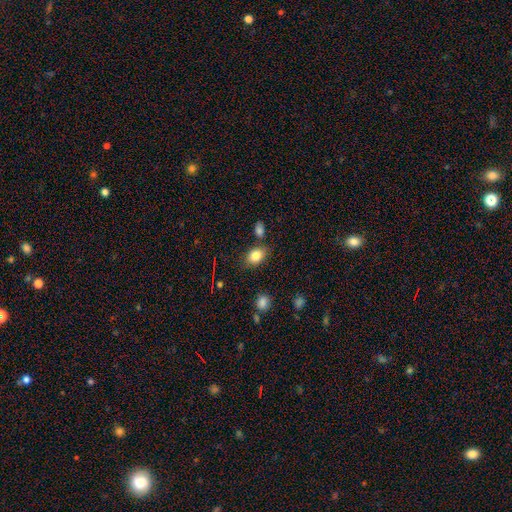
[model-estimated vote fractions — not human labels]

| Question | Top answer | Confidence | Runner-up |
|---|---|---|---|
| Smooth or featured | smooth | 82% | star or artifact (9%) |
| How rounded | in between | 79% | round (19%) |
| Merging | none | 76% | minor disturbance (13%) |